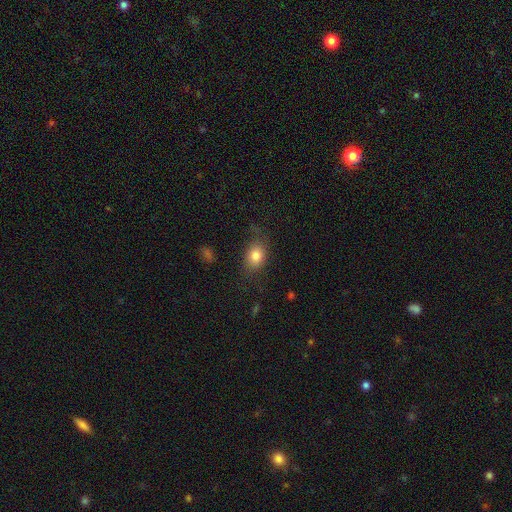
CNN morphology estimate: Smooth or featured? Predicted: smooth (p=0.80). How rounded? Predicted: in between (p=0.66). Merging? Predicted: none (p=0.70).